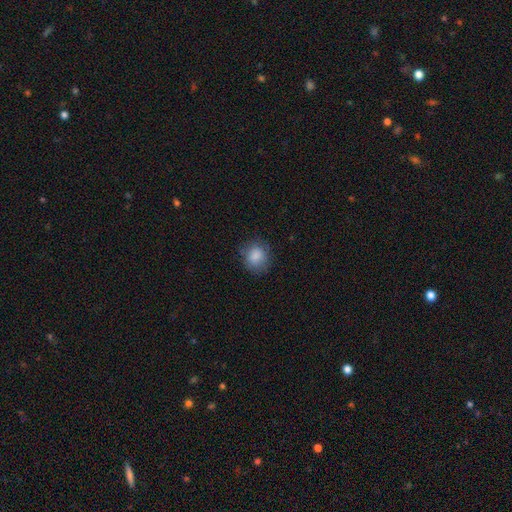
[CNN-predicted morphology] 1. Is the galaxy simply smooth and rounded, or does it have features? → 85% smooth, 8% star or artifact, 6% featured or disk.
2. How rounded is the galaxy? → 78% round, 21% in between, 1% cigar-shaped.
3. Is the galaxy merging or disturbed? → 79% none, 15% minor disturbance, 5% major disturbance, 1% merger.